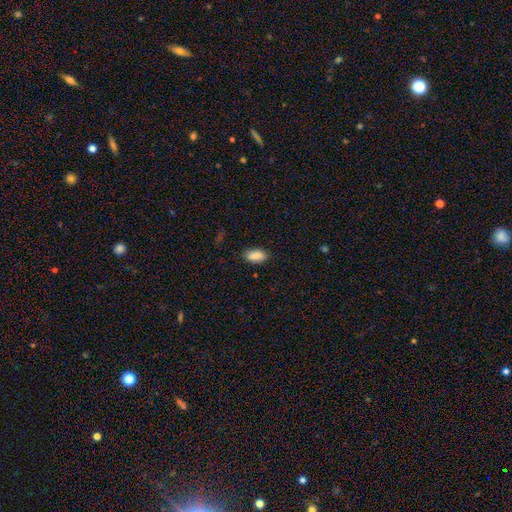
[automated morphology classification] This appears to be a smooth galaxy with no disk features (89%) that is in between round and cigar-shaped (92%). Merging: none (83%).